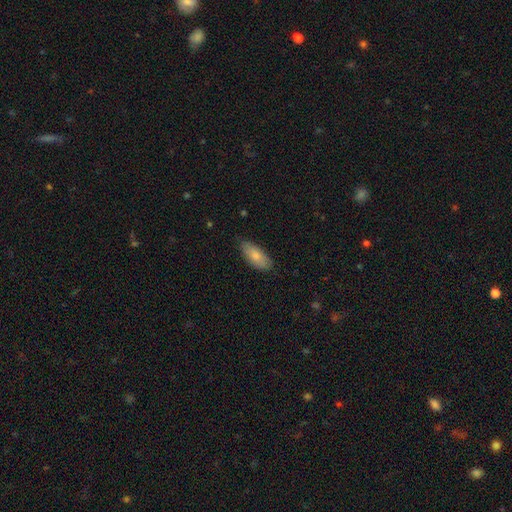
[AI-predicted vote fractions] smooth 79%, featured or disk 14%, star or artifact 6%. Down the decision tree: how rounded — in between (86%); merging — none (79%).